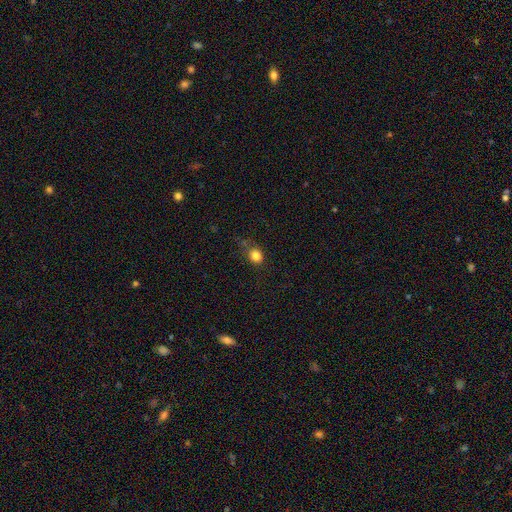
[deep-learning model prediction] Morphology: type=smooth (82%); roundness=round (68%); merging=none (66%).